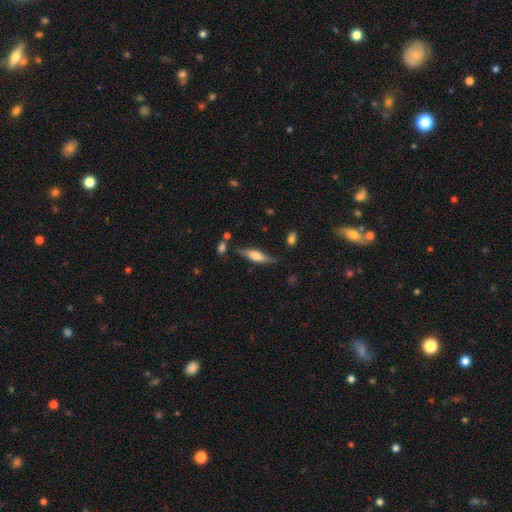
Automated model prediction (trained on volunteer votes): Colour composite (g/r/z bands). It shows a featured or disk galaxy (49%). Merging: none (74%).